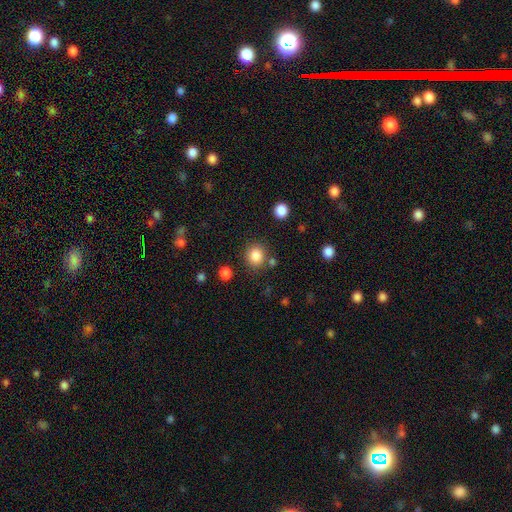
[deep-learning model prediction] This is clearly a smooth galaxy (85%). How rounded: clearly round (86%). Merging: clearly none (81%).